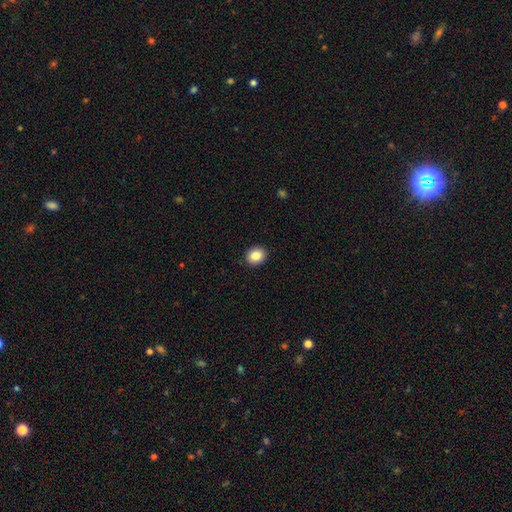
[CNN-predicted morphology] A smooth galaxy with no disk features (85%) that is round (65%). Merging: none (92%).